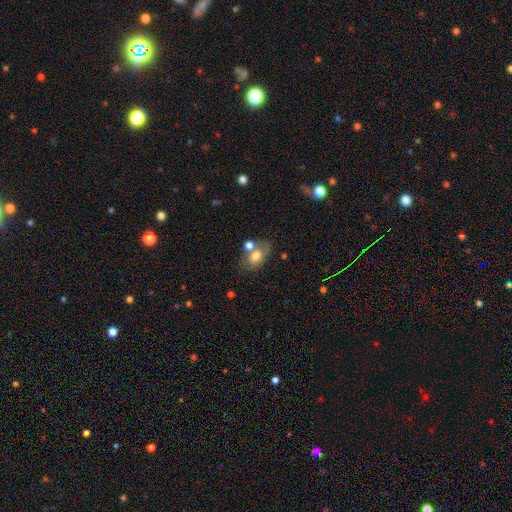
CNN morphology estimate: Smooth or featured? smooth (68%)
How rounded? in between (81%)
Merging? none (46%)